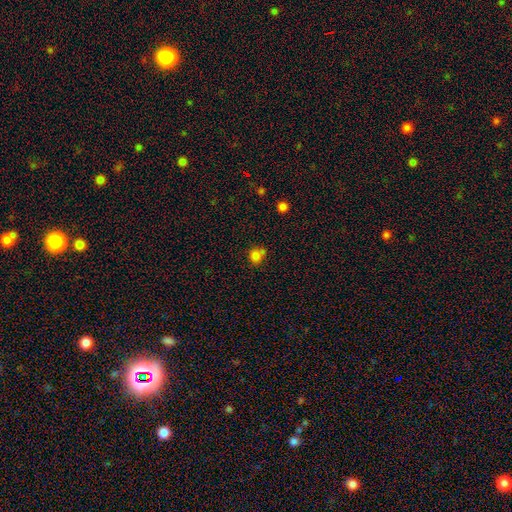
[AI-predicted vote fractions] Smooth or featured?
  - smooth: 80% *
  - star or artifact: 14%
  - featured or disk: 7%
How rounded?
  - round: 75% *
  - in between: 24%
  - cigar-shaped: 1%
Merging?
  - none: 56% *
  - minor disturbance: 21%
  - merger: 18%
  - major disturbance: 6%